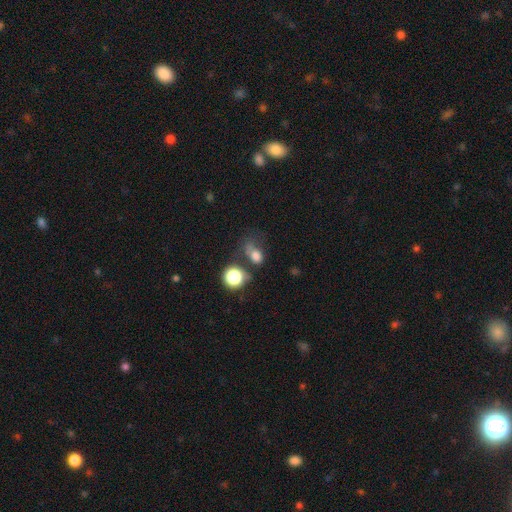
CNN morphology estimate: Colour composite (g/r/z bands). It shows a smooth galaxy with no disk features (72%) that is in between round and cigar-shaped (58%). Merging: none (32%).